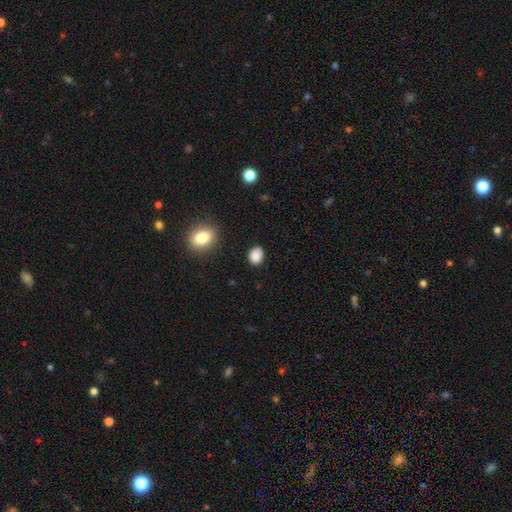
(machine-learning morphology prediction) smooth 86%, star or artifact 9%, featured or disk 4%. Down the decision tree: how rounded — in between (56%); merging — none (80%).